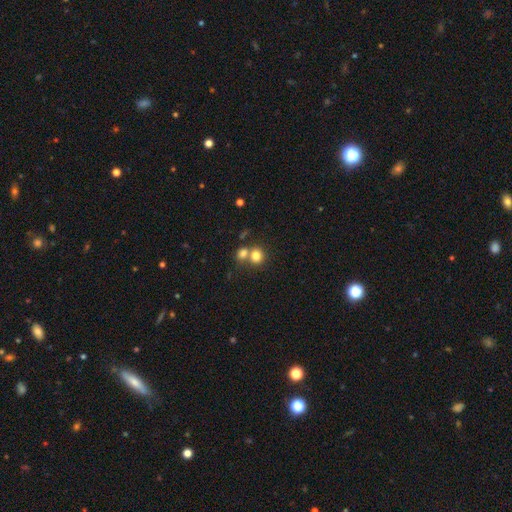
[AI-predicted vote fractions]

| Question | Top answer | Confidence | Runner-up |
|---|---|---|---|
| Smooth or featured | smooth | 79% | star or artifact (11%) |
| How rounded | round | 77% | in between (22%) |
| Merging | merger | 46% | none (44%) |